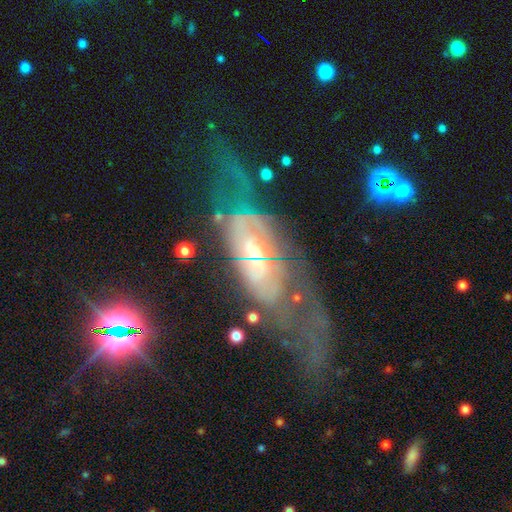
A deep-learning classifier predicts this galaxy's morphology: featured or disk 71%, smooth 18%, star or artifact 11%. Down the decision tree: edge-on disk — no (87%); bar — no (59%); spiral arms — yes (62%); bulge size — small (44%); merging — major disturbance (42%).